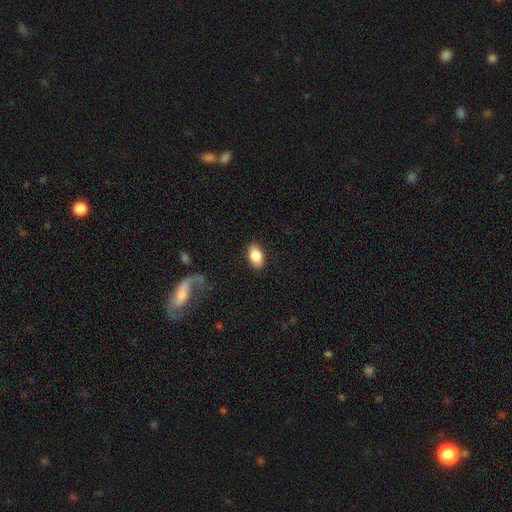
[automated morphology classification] smooth_or_featured: smooth (p=0.83) [alt: featured or disk p=0.10]
how_rounded: in between (p=0.92) [alt: round p=0.06]
merging: none (p=0.87) [alt: minor disturbance p=0.09]